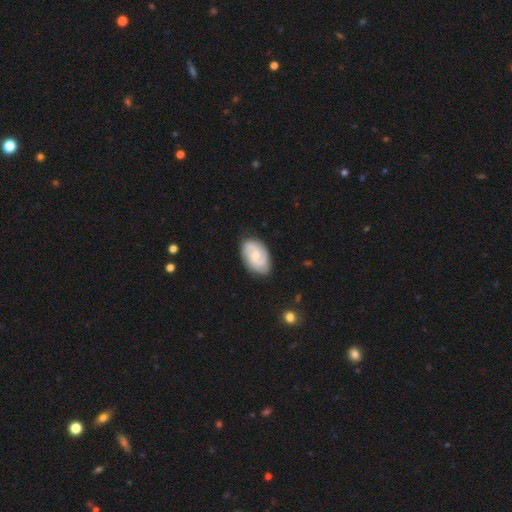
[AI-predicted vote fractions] A featured or disk galaxy (69%) with no bar (58%), 2 (59%) medium (43%) spiral arms (92%) and a small central bulge (55%). Merging: none (82%).